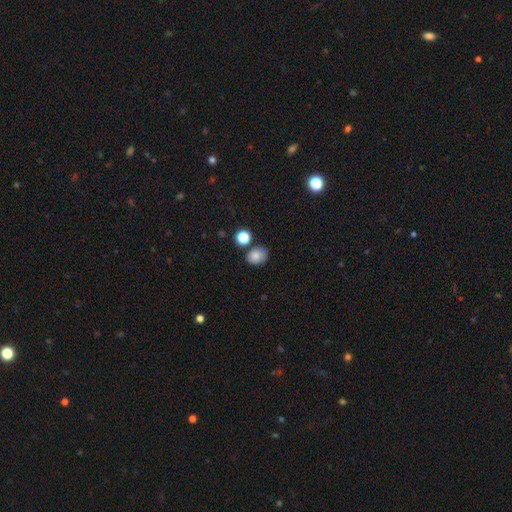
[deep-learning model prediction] Smooth or featured? Predicted: smooth (p=0.79). How rounded? Predicted: round (p=0.51). Merging? Predicted: none (p=0.66).